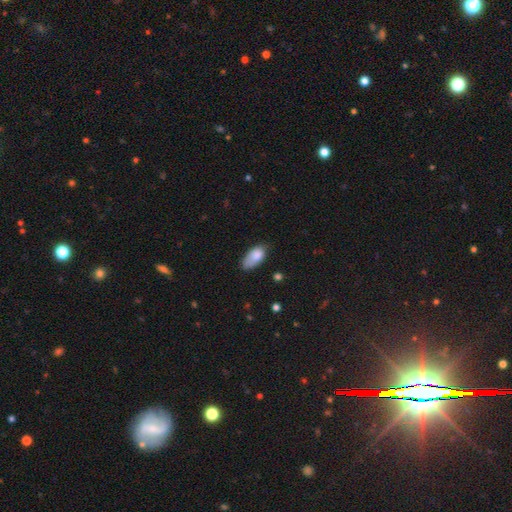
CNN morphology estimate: smooth-or-featured: smooth: 83% | featured or disk: 10% | star or artifact: 7%
  how-rounded: in between: 91% | cigar-shaped: 6% | round: 3%
  merging: none: 53% | minor disturbance: 35% | major disturbance: 9% | merger: 3%